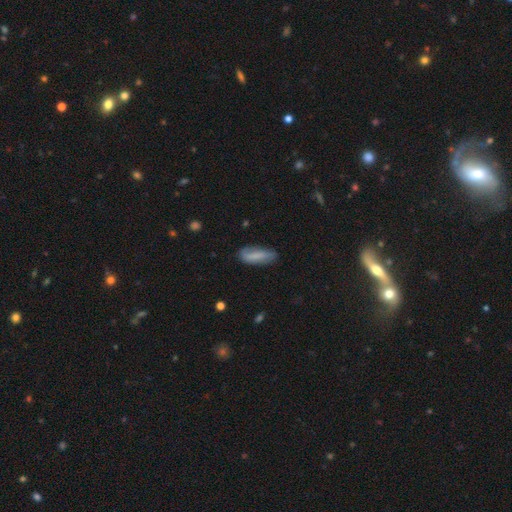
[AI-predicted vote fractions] A smooth galaxy with no disk features (72%) that is in between round and cigar-shaped (58%). Merging: none (70%).